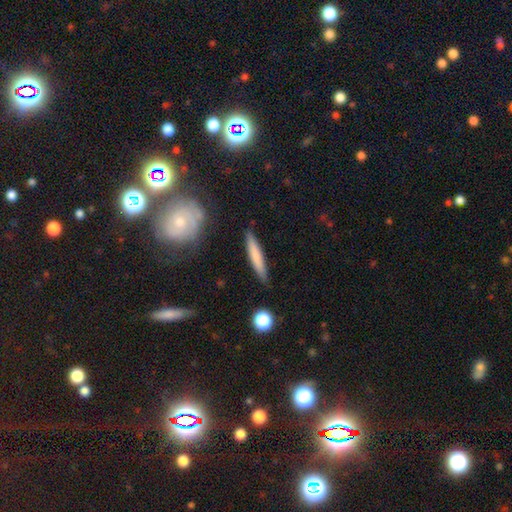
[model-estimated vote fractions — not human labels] Smooth or featured: smooth — 68% (featured or disk — 26%)
How rounded: cigar-shaped — 93% (in between — 6%)
Merging: none — 87% (minor disturbance — 9%)